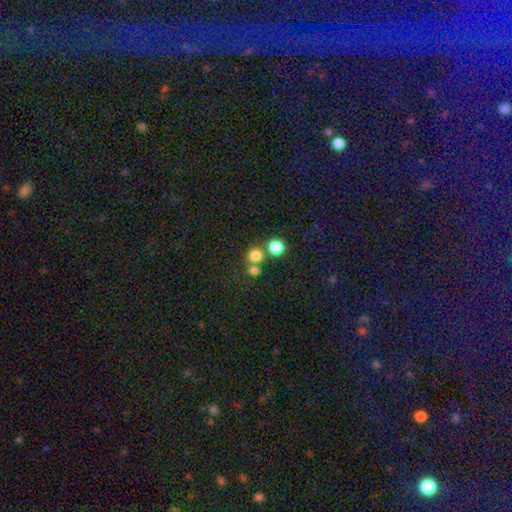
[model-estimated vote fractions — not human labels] Q: Smooth or featured?
A: smooth (77%); runner-up: star or artifact (16%)
Q: How rounded?
A: round (86%); runner-up: in between (13%)
Q: Merging?
A: none (60%); runner-up: merger (29%)